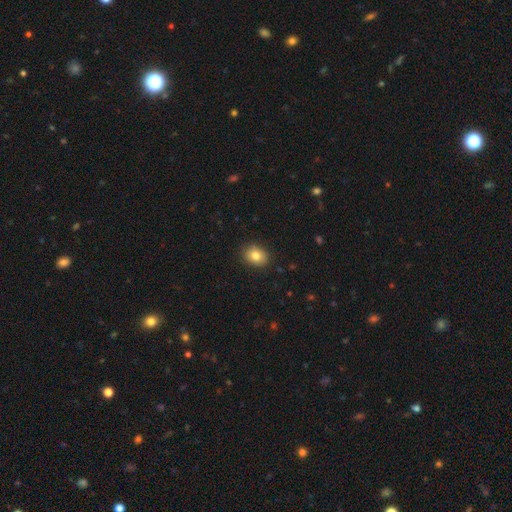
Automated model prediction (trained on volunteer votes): The model was most divided on "how rounded": in between: 55%, round: 44%, cigar-shaped: 1%. More confident: merging — none (87%); smooth or featured — smooth (82%).